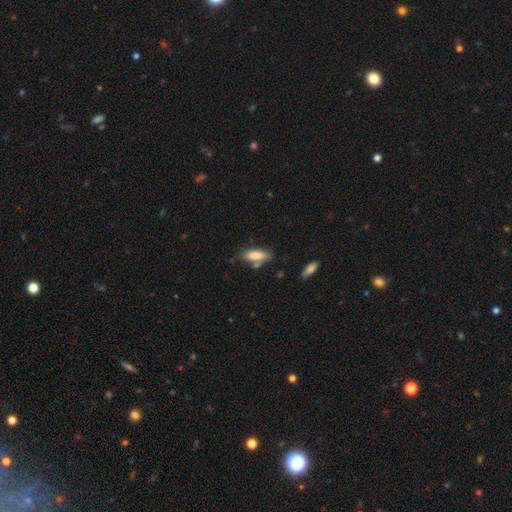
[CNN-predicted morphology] type=smooth (82%); roundness=in between (66%); merging=none (63%).